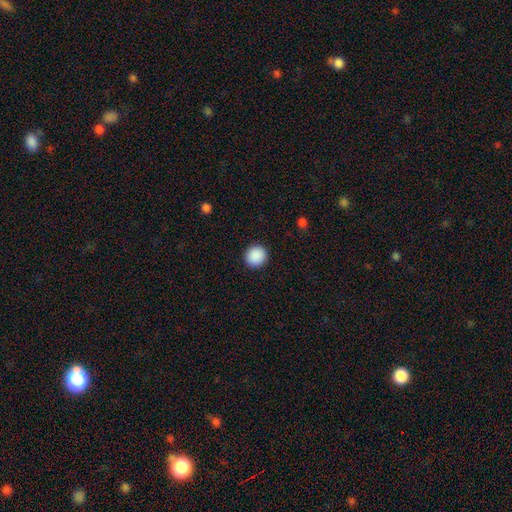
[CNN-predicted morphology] Smooth or featured: smooth — 90% (star or artifact — 8%)
How rounded: round — 90% (in between — 9%)
Merging: none — 92% (minor disturbance — 5%)